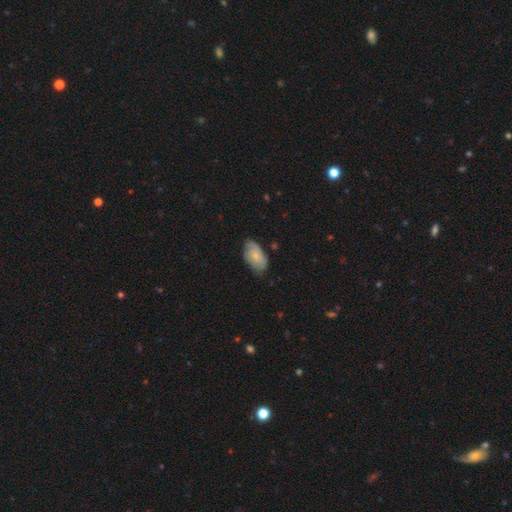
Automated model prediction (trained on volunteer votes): This appears to be a smooth galaxy with no disk features (59%) that is in between round and cigar-shaped (93%). Merging: none (65%).